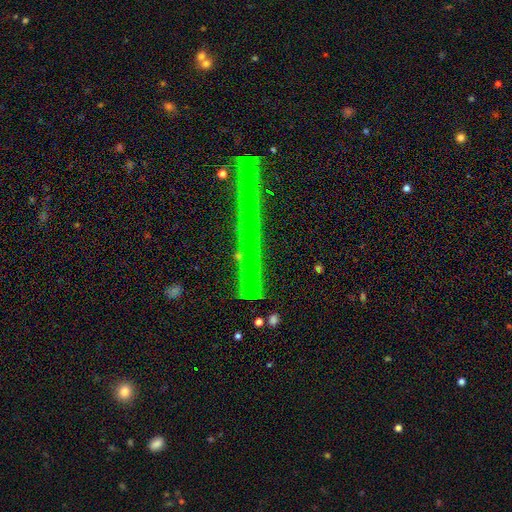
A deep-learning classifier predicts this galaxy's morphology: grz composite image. It shows a featured or disk galaxy (52%) viewed edge-on (96%). Merging: none (91%).